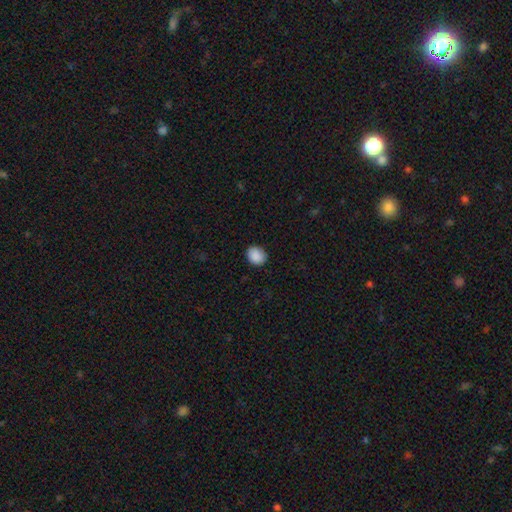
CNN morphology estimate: smooth-or-featured: smooth: 89% | star or artifact: 8% | featured or disk: 3%
  how-rounded: round: 63% | in between: 36% | cigar-shaped: 1%
  merging: none: 86% | minor disturbance: 11% | major disturbance: 2% | merger: 1%